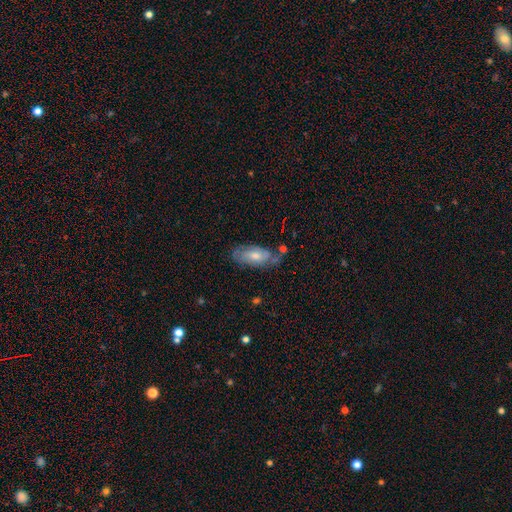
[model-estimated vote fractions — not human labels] Smooth or featured? smooth (47%)
Merging? none (53%)